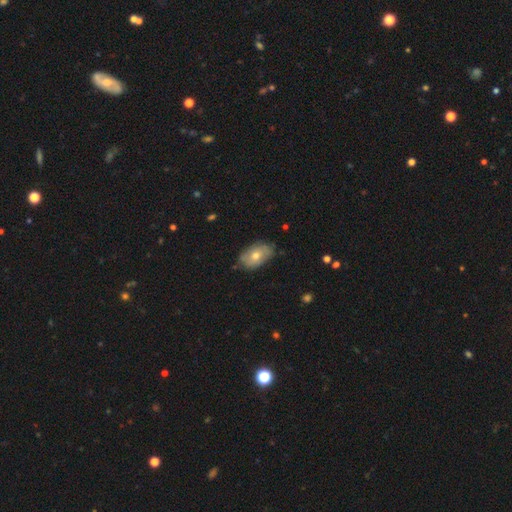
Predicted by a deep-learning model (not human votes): A smooth galaxy with no disk features (63%) that is in between round and cigar-shaped (89%). Merging: none (75%).